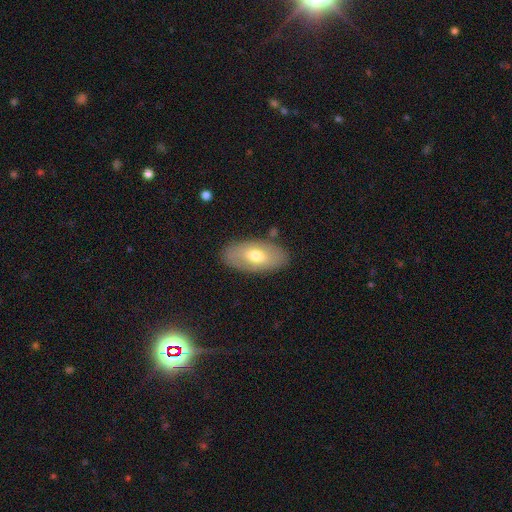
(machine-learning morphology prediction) A smooth galaxy with no disk features (59%) that is in between round and cigar-shaped (93%).

Vote fractions:
- Smooth or featured? smooth: 59% / featured or disk: 35% / star or artifact: 6%
- How rounded? in between: 93% / cigar-shaped: 4% / round: 3%
- Merging? none: 83% / minor disturbance: 11% / major disturbance: 3% / merger: 2%